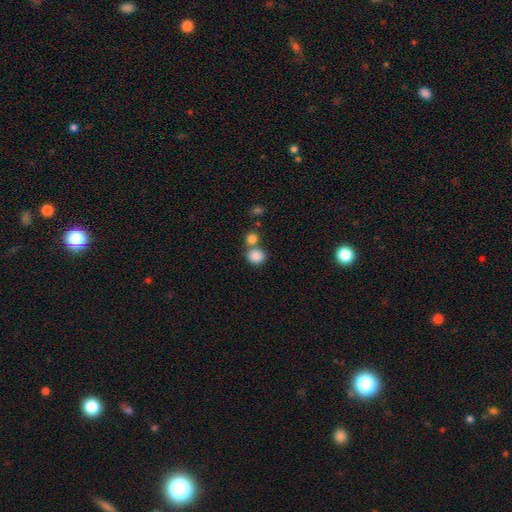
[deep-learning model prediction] smooth-or-featured: smooth: 85% | star or artifact: 9% | featured or disk: 5%
  how-rounded: round: 76% | in between: 23% | cigar-shaped: 1%
  merging: none: 53% | merger: 36% | minor disturbance: 8% | major disturbance: 3%